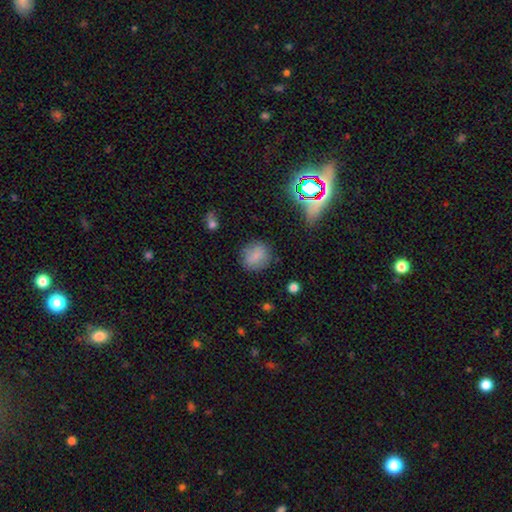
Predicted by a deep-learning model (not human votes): A smooth galaxy with no disk features (80%) that is round (70%).

Vote fractions:
- Smooth or featured? smooth: 80% / star or artifact: 11% / featured or disk: 10%
- How rounded? round: 70% / in between: 28% / cigar-shaped: 2%
- Merging? none: 79% / minor disturbance: 15% / major disturbance: 5% / merger: 2%